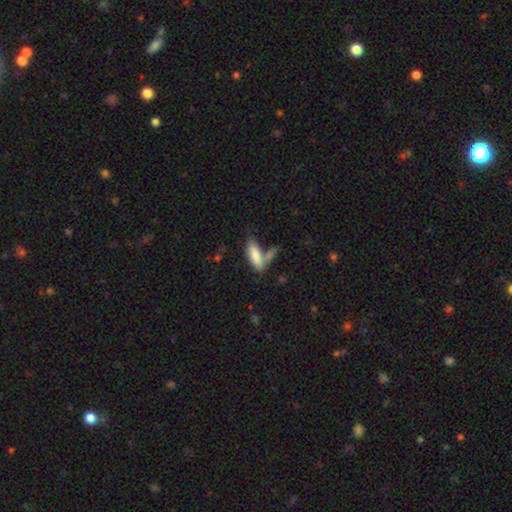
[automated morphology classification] This appears to be a smooth galaxy with no disk features (79%) that is in between round and cigar-shaped (59%). Merging: none (45%).